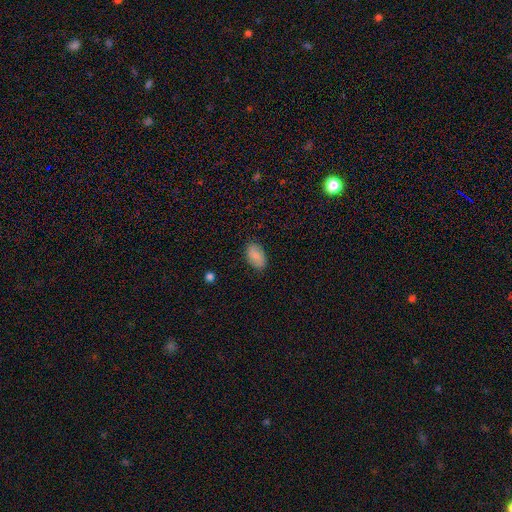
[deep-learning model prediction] Overall: smooth (87%). How rounded: in between (94%). Merging: none (85%).